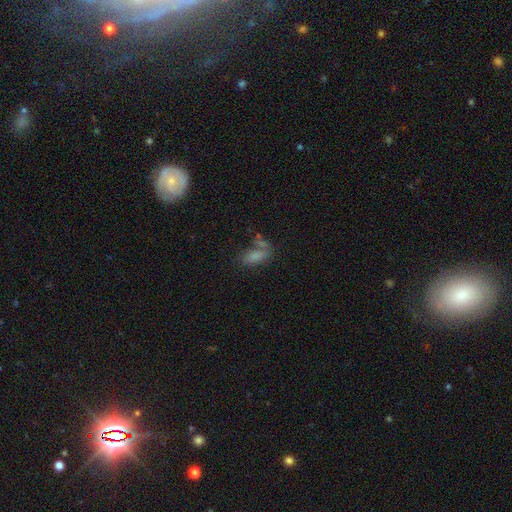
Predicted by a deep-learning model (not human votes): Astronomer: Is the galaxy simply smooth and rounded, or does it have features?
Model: smooth — 78%.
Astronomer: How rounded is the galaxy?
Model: in between — 83%.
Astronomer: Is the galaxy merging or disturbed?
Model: none — 48% (runner-up: merger, 23%).